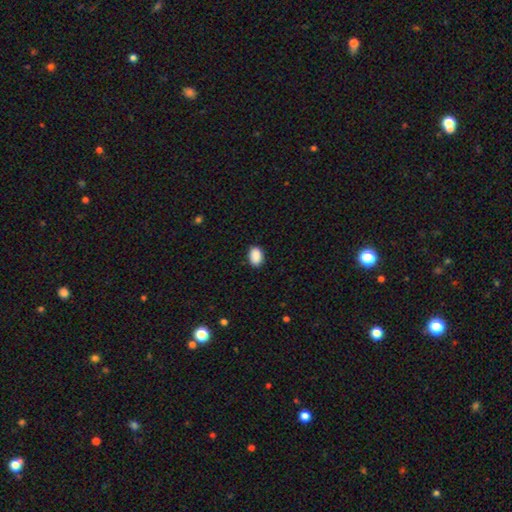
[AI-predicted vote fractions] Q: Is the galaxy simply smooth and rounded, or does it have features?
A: smooth — 90%.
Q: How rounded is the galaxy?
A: in between — 85%.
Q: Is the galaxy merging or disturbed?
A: none — 87%.